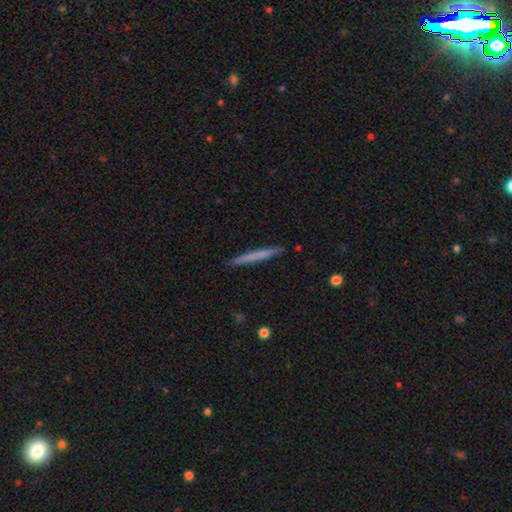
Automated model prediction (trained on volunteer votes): smooth_or_featured: smooth (p=0.59) [alt: featured or disk p=0.35]
how_rounded: cigar-shaped (p=0.97) [alt: in between p=0.02]
merging: none (p=0.91) [alt: minor disturbance p=0.06]